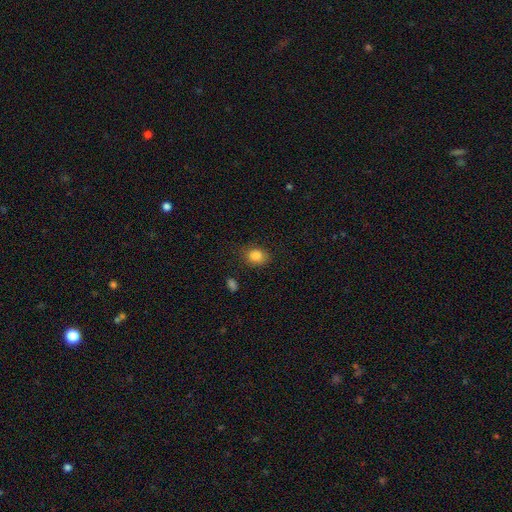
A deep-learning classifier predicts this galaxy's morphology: smooth_or_featured: smooth (p=0.85) [alt: star or artifact p=0.10]
how_rounded: in between (p=0.60) [alt: round p=0.39]
merging: none (p=0.77) [alt: minor disturbance p=0.16]